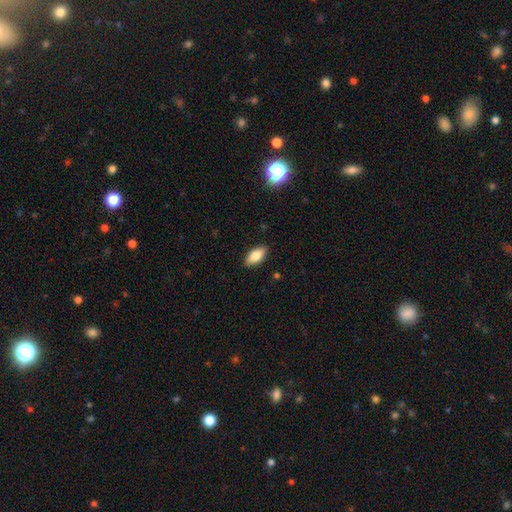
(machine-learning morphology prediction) Smooth or featured? smooth (81%)
How rounded? in between (88%)
Merging? none (88%)